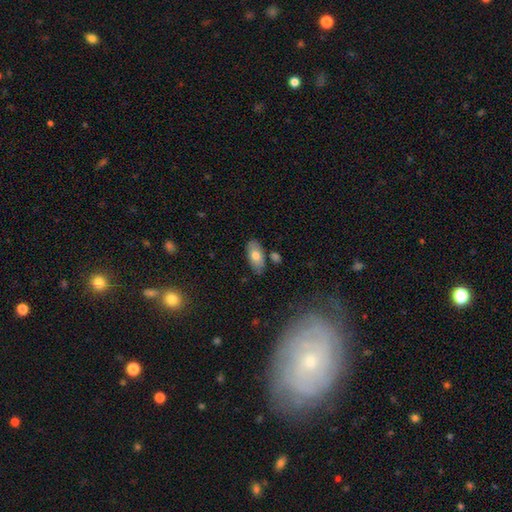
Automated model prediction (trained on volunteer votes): This appears to be a smooth galaxy with no disk features (75%) that is in between round and cigar-shaped (92%). Merging: none (78%).